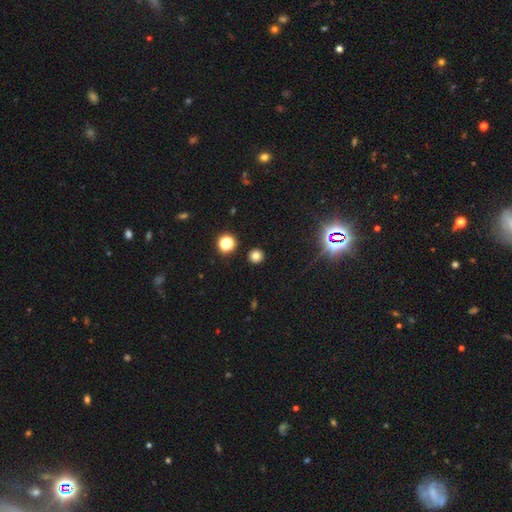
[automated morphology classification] Overall: smooth (75%). How rounded: round (93%). Merging: none (91%).